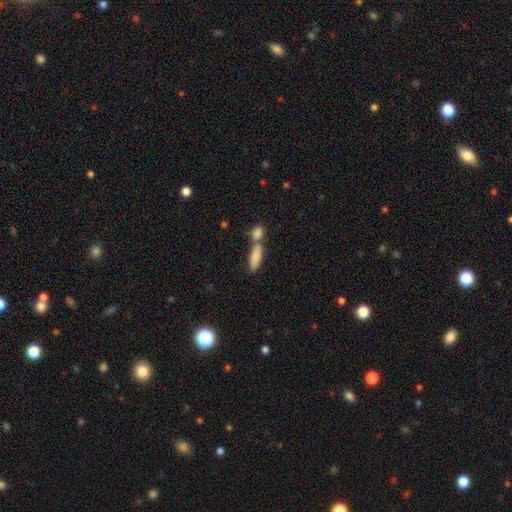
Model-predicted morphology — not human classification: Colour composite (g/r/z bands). It shows a smooth galaxy with no disk features (84%) that is in between round and cigar-shaped (52%). Merging: none (45%).